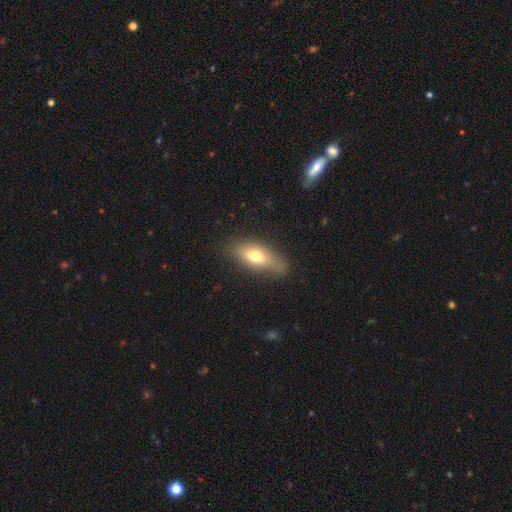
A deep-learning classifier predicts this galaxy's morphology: smooth_or_featured: smooth (p=0.69) [alt: featured or disk p=0.23]
how_rounded: in between (p=0.76) [alt: cigar-shaped p=0.20]
merging: none (p=0.71) [alt: minor disturbance p=0.20]